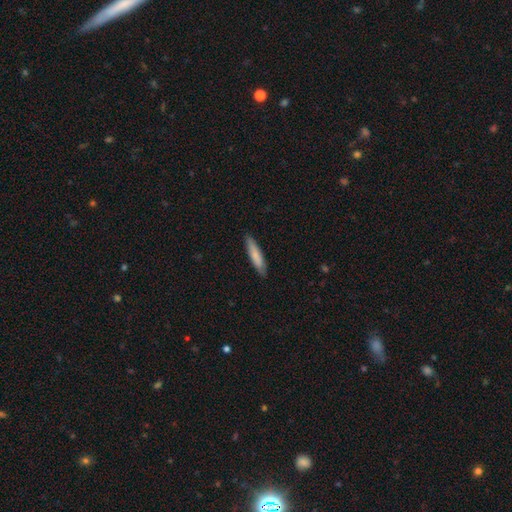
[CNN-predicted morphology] This appears to be a smooth galaxy with no disk features (80%) that is cigar-shaped (84%). Merging: none (87%).